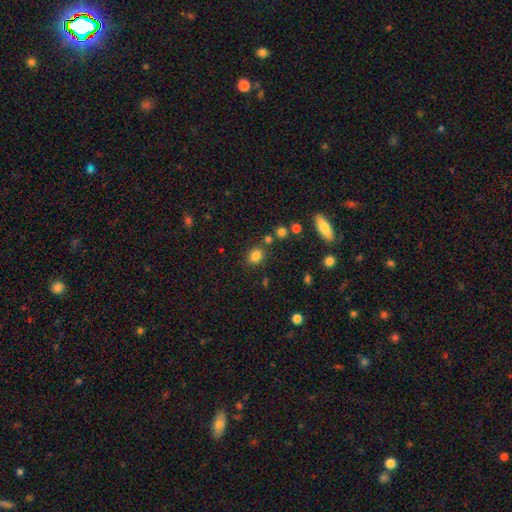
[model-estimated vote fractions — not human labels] Overall: smooth (81%). How rounded: round (58%; in between 40%). Merging: none (79%).